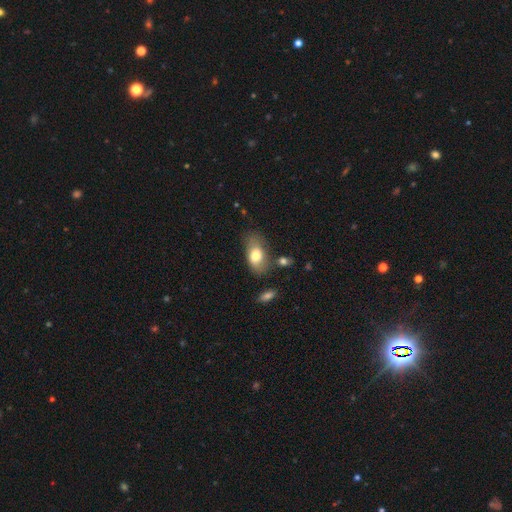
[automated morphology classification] A smooth galaxy with no disk features (74%) that is in between round and cigar-shaped (90%). Merging: none (57%).